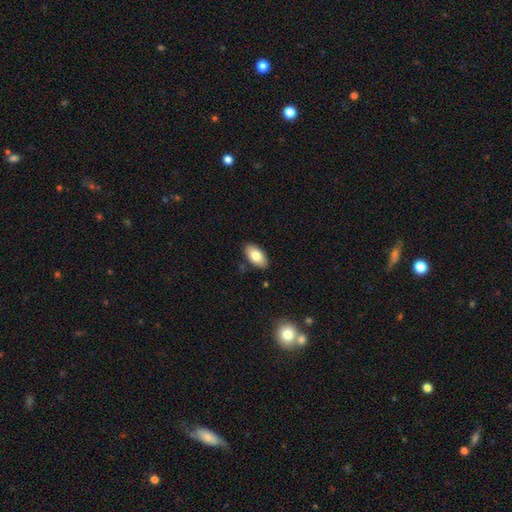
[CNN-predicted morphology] type=smooth (79%); roundness=in between (94%); merging=none (87%).